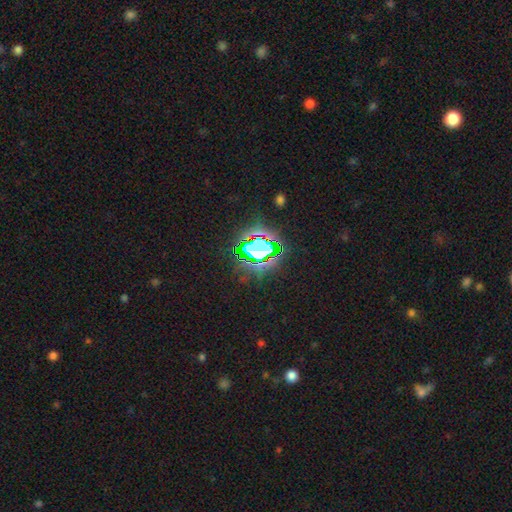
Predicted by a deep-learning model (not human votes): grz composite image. It shows a star or artifact, not a galaxy (70%).